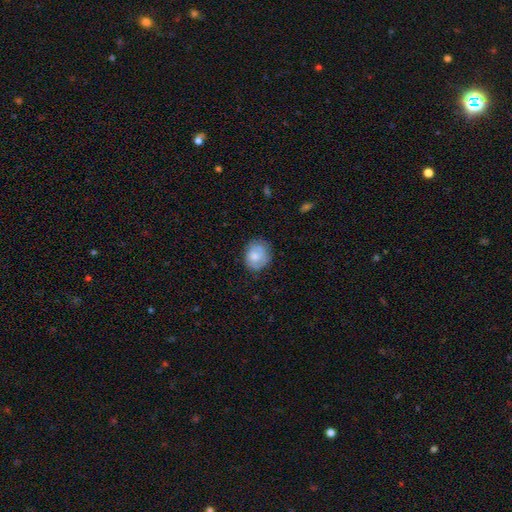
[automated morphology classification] This appears to be a smooth galaxy with no disk features (71%) that is round (57%). Merging: none (68%).